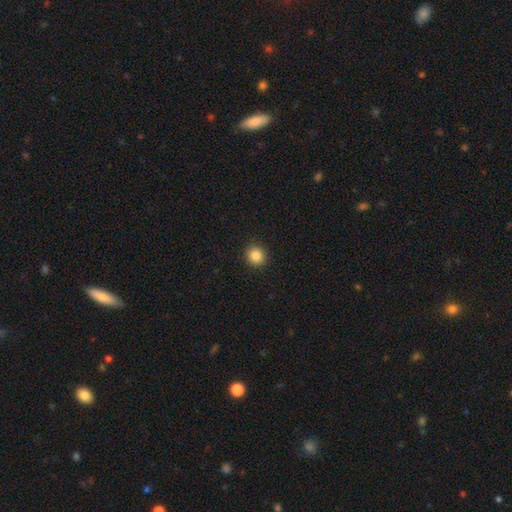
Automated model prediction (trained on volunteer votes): The model was most divided on "smooth or featured": smooth: 85%, star or artifact: 10%, featured or disk: 5%. More confident: merging — none (93%); how rounded — round (91%).